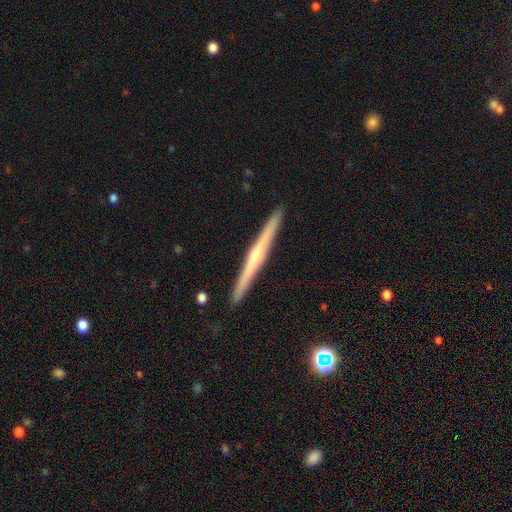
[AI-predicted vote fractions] Smooth or featured: featured or disk — 69% (smooth — 25%)
Edge-on disk: yes — 98% (no — 2%)
Edge-on bulge: rounded — 58% (none — 33%)
Merging: none — 92% (minor disturbance — 5%)